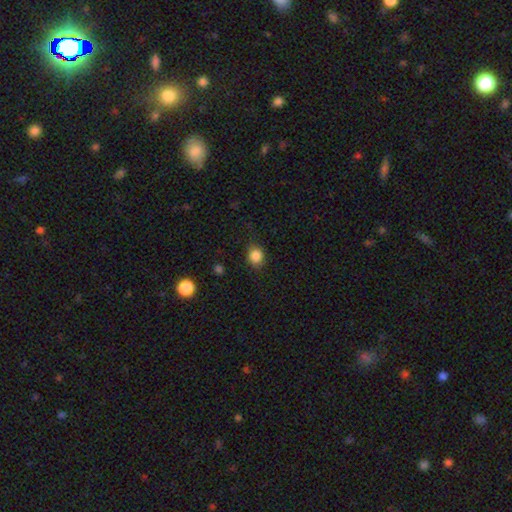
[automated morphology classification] Smooth or featured? smooth (86%)
How rounded? round (67%)
Merging? none (83%)